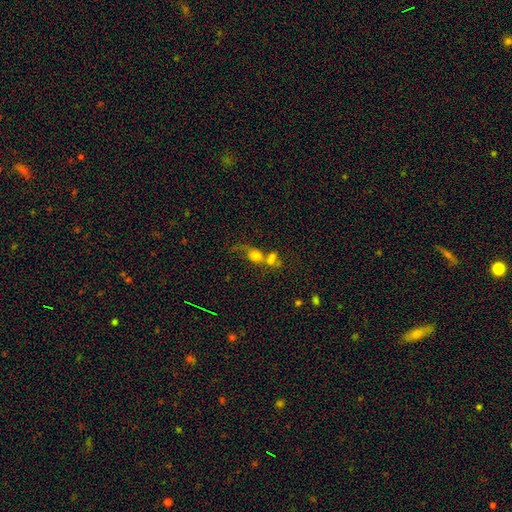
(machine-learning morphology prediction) Q: Smooth or featured?
A: smooth (63%); runner-up: featured or disk (23%)
Q: How rounded?
A: round (53%); runner-up: in between (43%)
Q: Merging?
A: merger (59%); runner-up: none (17%)